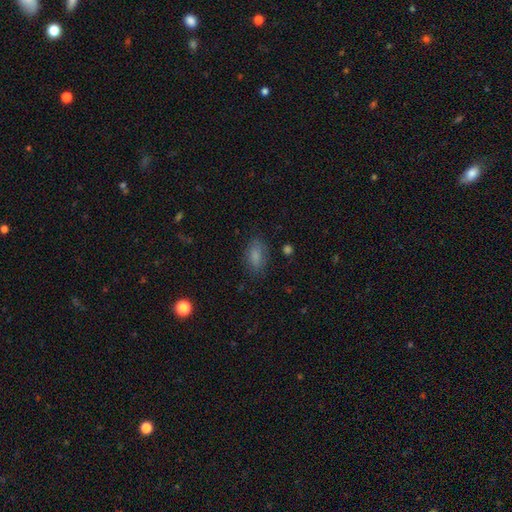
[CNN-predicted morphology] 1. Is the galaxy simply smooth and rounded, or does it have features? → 82% smooth, 10% star or artifact, 8% featured or disk.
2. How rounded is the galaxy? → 88% in between, 8% round, 4% cigar-shaped.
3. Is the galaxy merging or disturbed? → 80% none, 14% minor disturbance, 4% major disturbance, 2% merger.